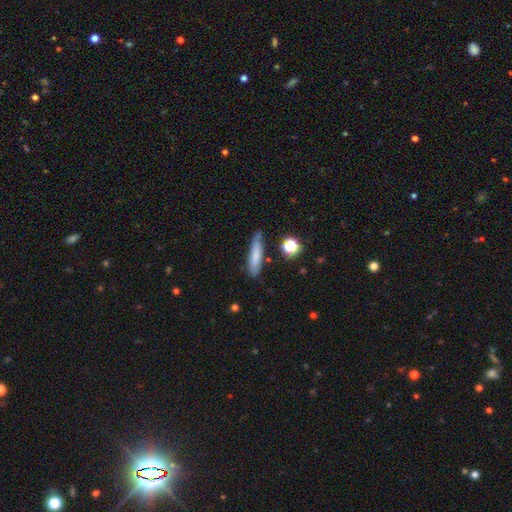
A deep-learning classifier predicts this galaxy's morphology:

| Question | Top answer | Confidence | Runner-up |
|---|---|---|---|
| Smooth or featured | smooth | 75% | featured or disk (16%) |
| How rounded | cigar-shaped | 82% | in between (16%) |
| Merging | none | 74% | minor disturbance (18%) |